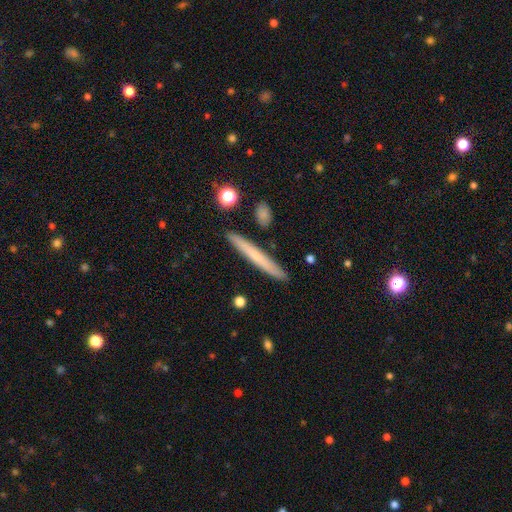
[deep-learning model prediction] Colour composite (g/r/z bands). It shows a smooth galaxy with no disk features (60%) that is cigar-shaped (96%). Merging: none (88%).